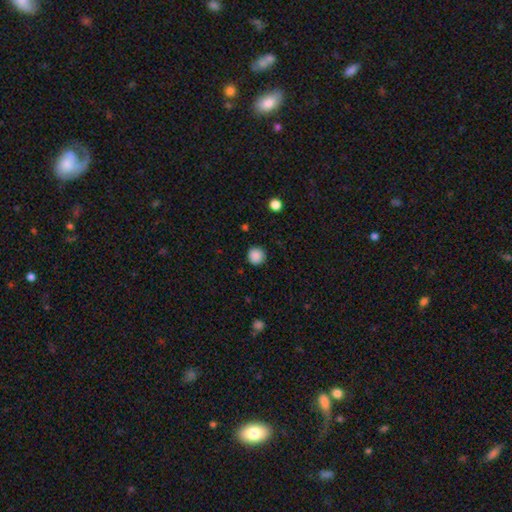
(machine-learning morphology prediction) A smooth galaxy with no disk features (88%) that is round (94%). Merging: none (90%).